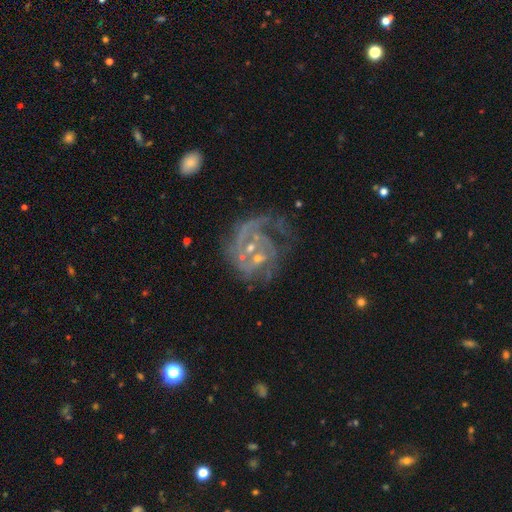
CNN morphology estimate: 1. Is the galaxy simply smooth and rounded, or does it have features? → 84% featured or disk, 8% star or artifact, 8% smooth.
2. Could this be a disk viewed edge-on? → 98% no, 2% yes.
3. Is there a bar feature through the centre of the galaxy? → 63% no, 30% weak, 7% strong.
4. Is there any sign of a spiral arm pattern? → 85% yes, 15% no.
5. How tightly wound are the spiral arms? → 41% medium, 32% tight, 26% loose.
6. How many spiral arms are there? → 30% 2, 24% 1, 24% can't tell, 12% 3, 5% 4, 5% more than 4.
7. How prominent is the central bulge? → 64% small, 21% moderate, 13% none, 2% large, 1% dominant.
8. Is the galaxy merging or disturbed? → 35% none, 32% major disturbance, 19% merger, 15% minor disturbance.